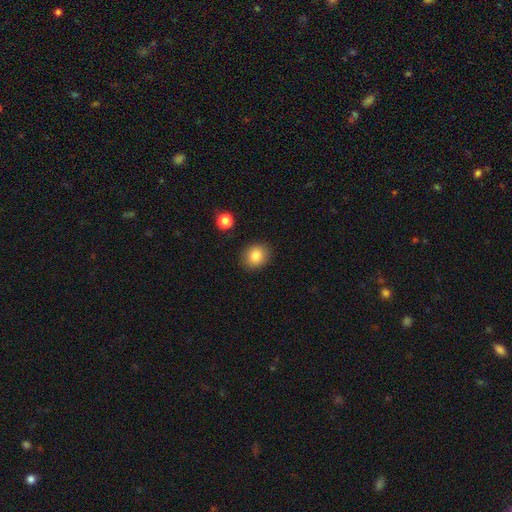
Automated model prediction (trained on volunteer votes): smooth_or_featured: smooth (p=0.83) [alt: star or artifact p=0.10]
how_rounded: round (p=0.70) [alt: in between p=0.29]
merging: none (p=0.88) [alt: minor disturbance p=0.08]